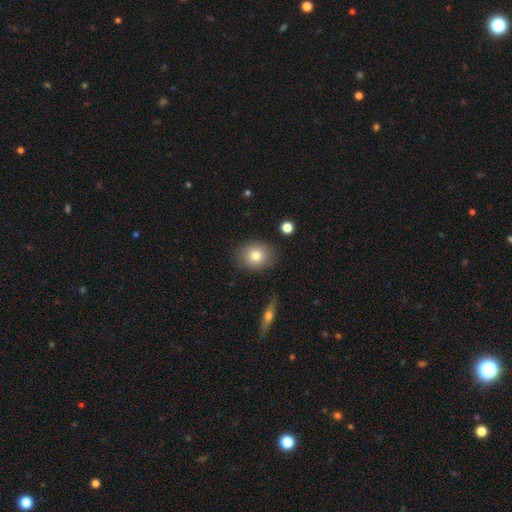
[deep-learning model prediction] This is likely a smooth galaxy (80%). How rounded: likely round (64%). Merging: clearly none (85%).